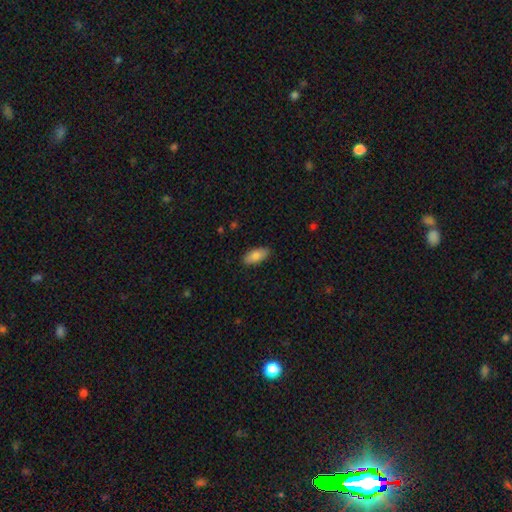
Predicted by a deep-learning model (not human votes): Smooth or featured? Predicted: smooth (p=0.81). How rounded? Predicted: in between (p=0.88). Merging? Predicted: none (p=0.89).